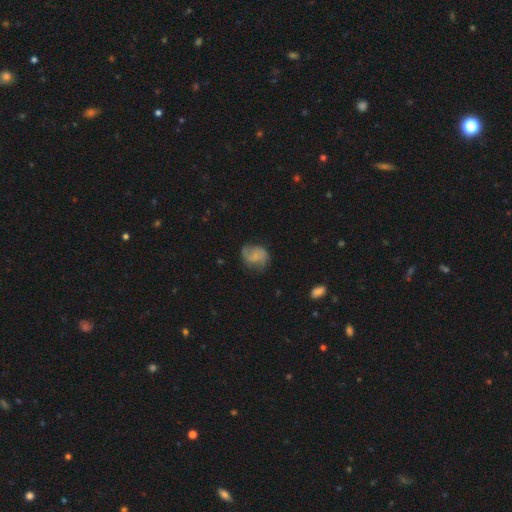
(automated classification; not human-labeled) Smooth or featured? Predicted: smooth (p=0.49). Merging? Predicted: none (p=0.52).